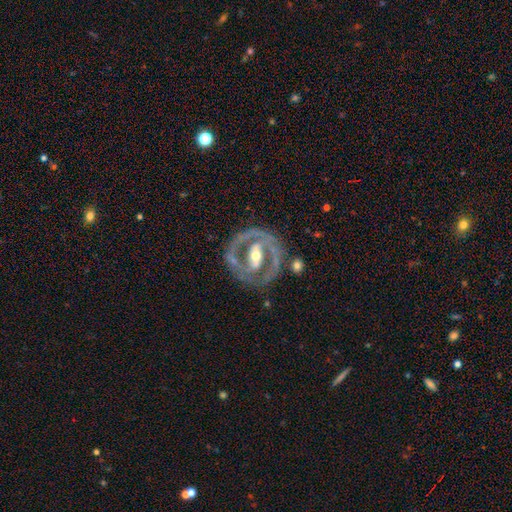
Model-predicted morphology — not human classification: The model was most divided on "bar": strong: 45%, weak: 30%, no: 25%. More confident: edge-on disk — no (95%); smooth or featured — featured or disk (82%); merging — none (69%); bulge size — moderate (64%); spiral arms — yes (60%).